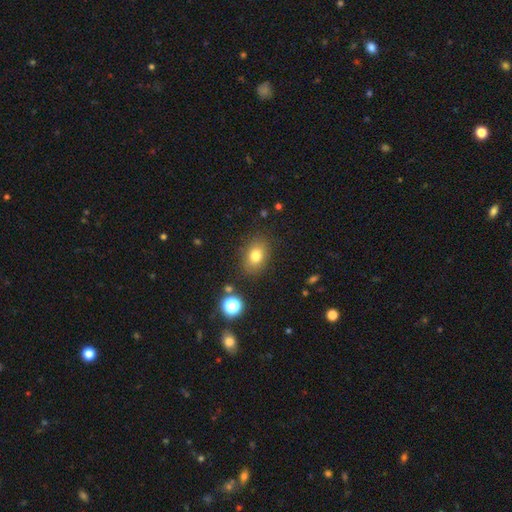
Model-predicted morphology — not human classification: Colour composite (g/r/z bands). It shows a smooth galaxy with no disk features (78%) that is in between round and cigar-shaped (69%). Merging: none (84%).